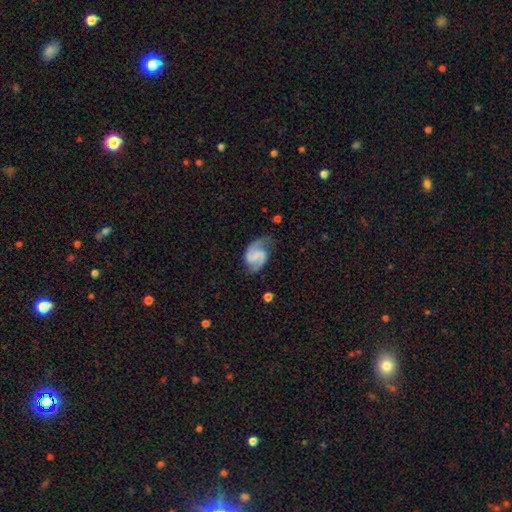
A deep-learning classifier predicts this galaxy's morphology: A featured or disk galaxy (83%) with a weak bar (46%), 2 (92%) medium (52%) spiral arms (97%) and no central bulge (55%).

Vote fractions:
- Smooth or featured? featured or disk: 83% / smooth: 11% / star or artifact: 6%
- Edge-on disk? no: 98% / yes: 2%
- Bar? weak: 46% / no: 35% / strong: 18%
- Spiral arms? yes: 97% / no: 3%
- Spiral winding? medium: 52% / loose: 25% / tight: 23%
- Spiral arm count? 2: 92% / can't tell: 3% / 1: 2% / 3: 1% / 4: 1% / more than 4: 1%
- Bulge size? none: 55% / small: 30% / moderate: 11% / large: 3% / dominant: 1%
- Merging? none: 72% / minor disturbance: 19% / major disturbance: 7% / merger: 2%